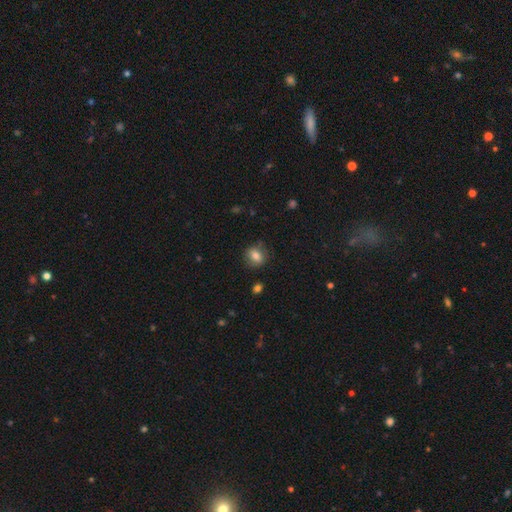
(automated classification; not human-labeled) Smooth or featured? smooth (79%)
How rounded? round (55%)
Merging? none (81%)